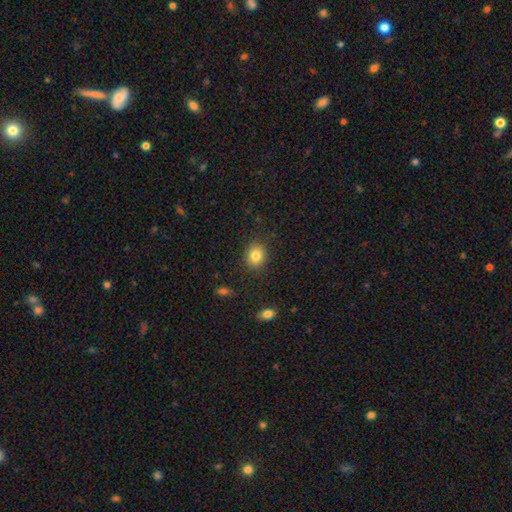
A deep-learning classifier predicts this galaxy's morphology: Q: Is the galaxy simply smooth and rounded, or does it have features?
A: smooth — 83%.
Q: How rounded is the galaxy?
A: round — 70%.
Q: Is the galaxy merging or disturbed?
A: none — 87%.